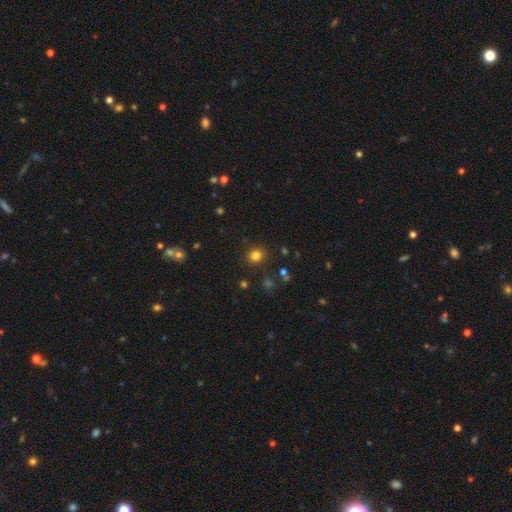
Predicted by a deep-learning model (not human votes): This is likely a smooth galaxy (80%). How rounded: clearly round (85%). Merging: clearly none (89%).